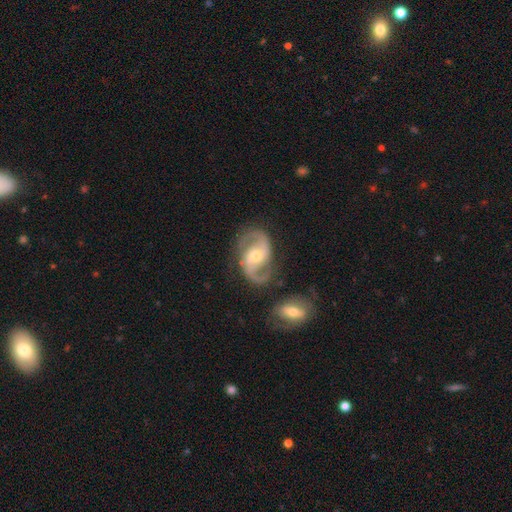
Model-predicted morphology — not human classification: Overall: featured or disk (91%). Edge-on disk: no (98%). Bar: no (43%; weak 39%). Spiral arms: yes (98%). Spiral arm count: 2 (93%). Spiral winding: medium (59%; loose 25%). Bulge size: moderate (57%; small 39%). Merging: none (74%).